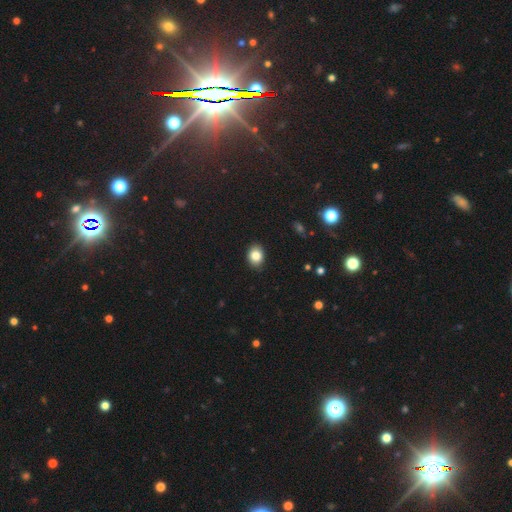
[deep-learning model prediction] Smooth or featured? smooth (84%)
How rounded? in between (54%)
Merging? none (87%)